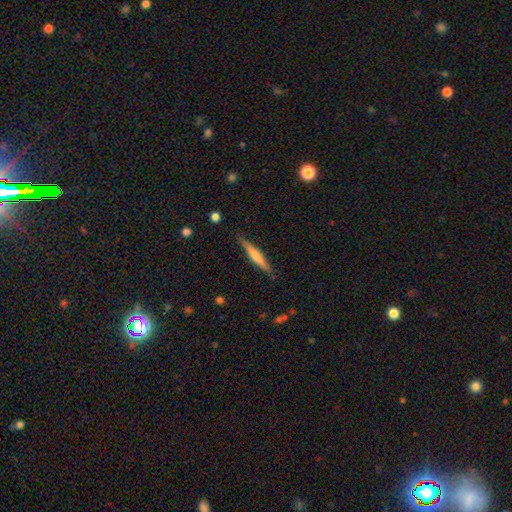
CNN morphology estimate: smooth_or_featured: featured or disk (p=0.61) [alt: smooth p=0.33]
disk_edge_on: yes (p=0.97) [alt: no p=0.03]
edge_on_bulge: rounded (p=0.72) [alt: none p=0.18]
merging: none (p=0.89) [alt: minor disturbance p=0.08]